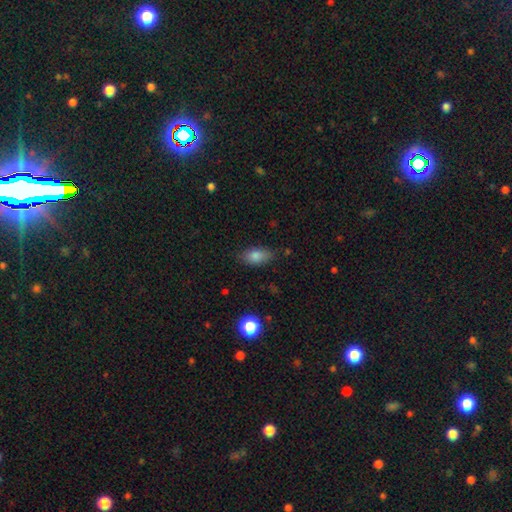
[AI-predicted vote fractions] Overall: smooth (82%). How rounded: in between (88%). Merging: none (76%).